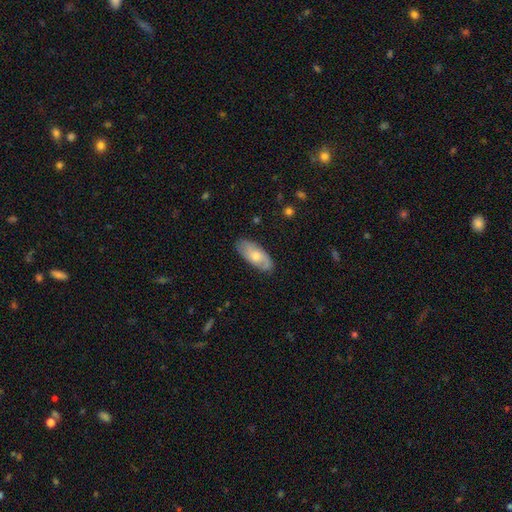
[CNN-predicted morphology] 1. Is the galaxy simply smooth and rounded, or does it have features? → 53% smooth, 41% featured or disk, 6% star or artifact.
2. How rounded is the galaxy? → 84% in between, 13% cigar-shaped, 3% round.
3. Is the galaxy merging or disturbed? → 81% none, 15% minor disturbance, 3% major disturbance, 1% merger.